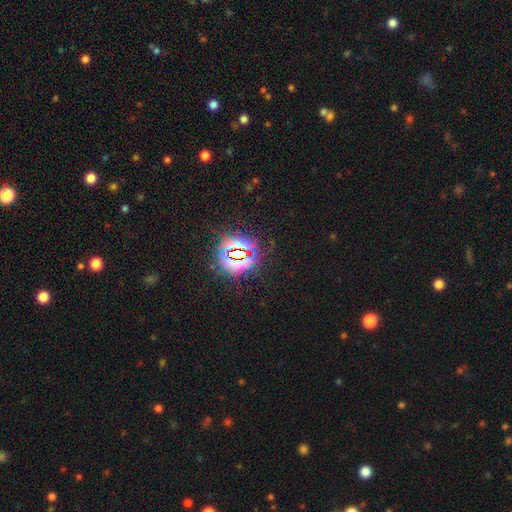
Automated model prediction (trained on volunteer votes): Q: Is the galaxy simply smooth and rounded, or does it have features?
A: star or artifact — 82%.